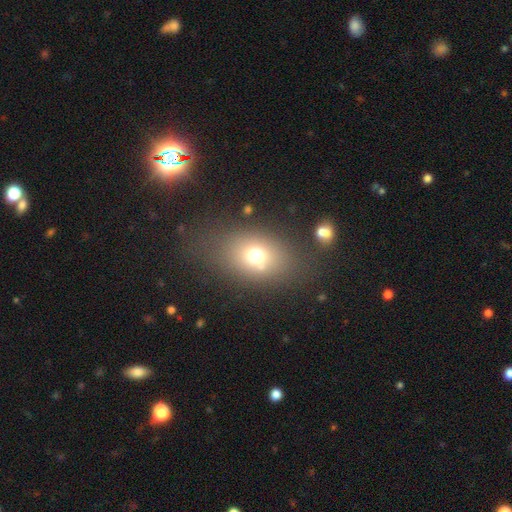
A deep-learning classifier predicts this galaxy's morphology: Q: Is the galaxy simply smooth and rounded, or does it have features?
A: smooth — 69%.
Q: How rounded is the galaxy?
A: in between — 64%.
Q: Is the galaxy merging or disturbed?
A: none — 68%.